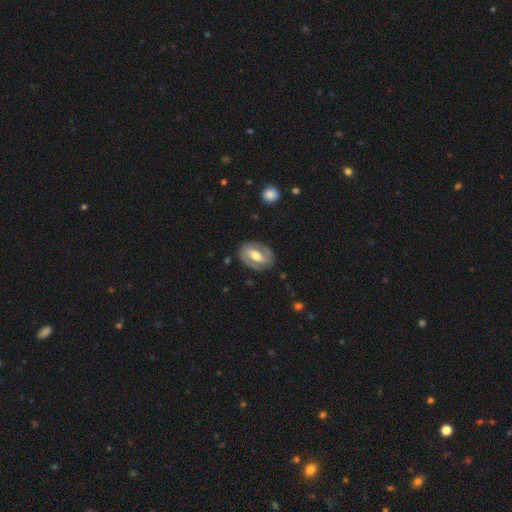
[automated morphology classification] This appears to be a featured or disk galaxy (71%) with a strong bar (47%), spiral arms (73%) and a moderate central bulge (70%). Merging: none (82%).